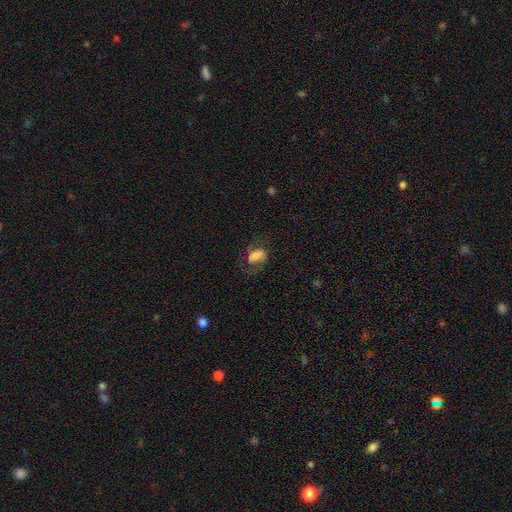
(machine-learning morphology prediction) This appears to be a smooth galaxy with no disk features (54%) that is in between round and cigar-shaped (82%). Merging: none (58%).